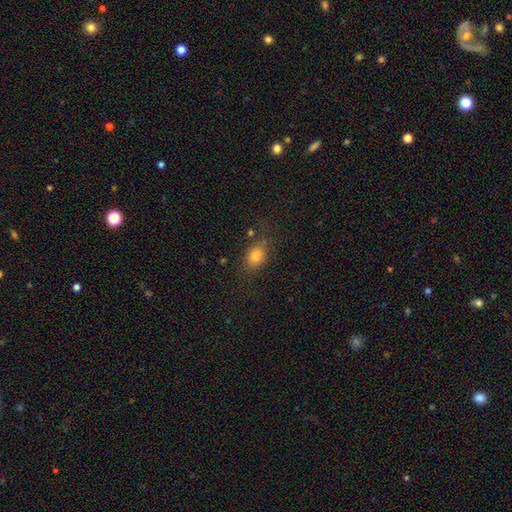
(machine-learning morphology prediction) smooth_or_featured: smooth (p=0.79) [alt: star or artifact p=0.11]
how_rounded: in between (p=0.64) [alt: round p=0.34]
merging: none (p=0.71) [alt: minor disturbance p=0.18]